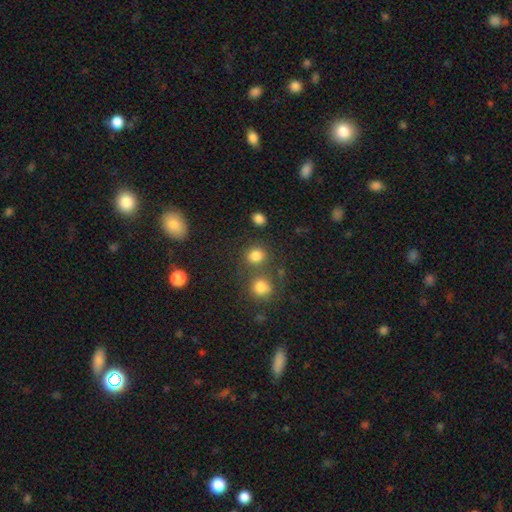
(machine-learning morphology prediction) Q: Smooth or featured?
A: smooth (81%); runner-up: star or artifact (14%)
Q: How rounded?
A: round (74%); runner-up: in between (25%)
Q: Merging?
A: none (67%); runner-up: merger (19%)